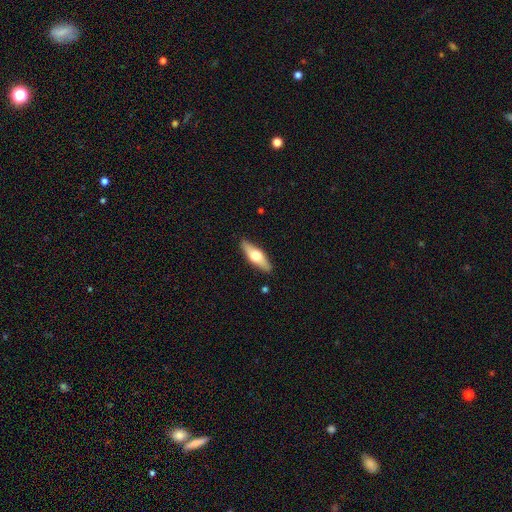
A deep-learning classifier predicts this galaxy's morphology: type=smooth (49%); merging=none (88%).